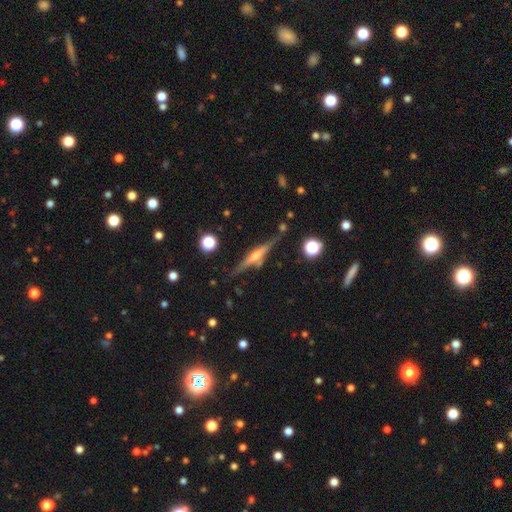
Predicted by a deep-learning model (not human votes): Smooth or featured? featured or disk (81%)
Edge-on disk? yes (98%)
Edge-on bulge? rounded (86%)
Merging? none (84%)